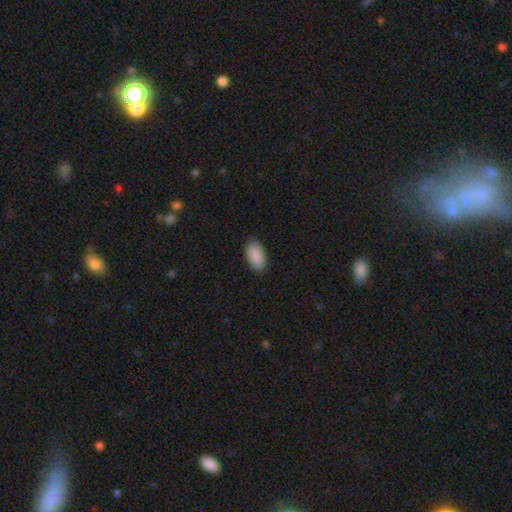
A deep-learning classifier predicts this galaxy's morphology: Overall: smooth (90%). How rounded: in between (95%). Merging: none (85%).